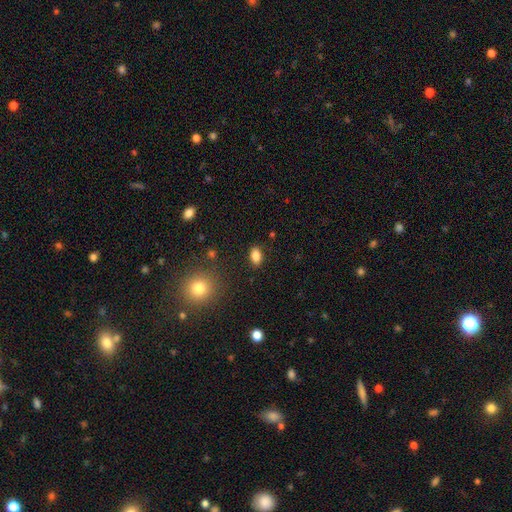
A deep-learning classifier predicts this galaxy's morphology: Q: Smooth or featured?
A: smooth (85%); runner-up: star or artifact (10%)
Q: How rounded?
A: in between (86%); runner-up: round (12%)
Q: Merging?
A: none (87%); runner-up: minor disturbance (9%)